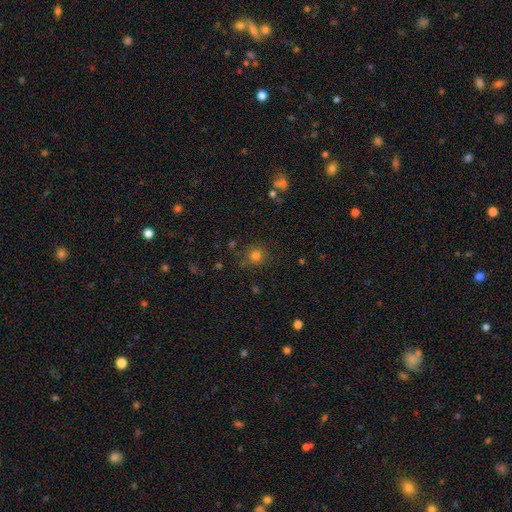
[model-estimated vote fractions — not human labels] A smooth galaxy with no disk features (79%) that is round (91%). Merging: none (84%).